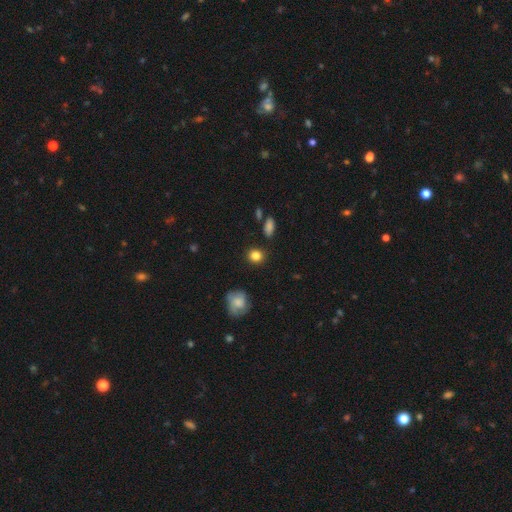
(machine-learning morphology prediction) This appears to be a smooth galaxy with no disk features (85%) that is round (80%). Merging: none (86%).